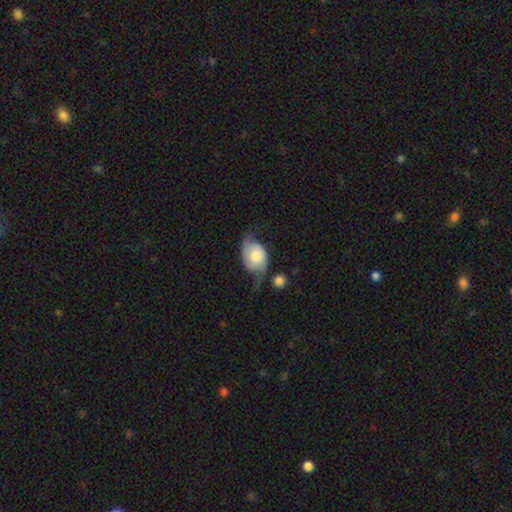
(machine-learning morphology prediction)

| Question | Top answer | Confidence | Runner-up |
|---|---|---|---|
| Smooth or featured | featured or disk | 55% | smooth (38%) |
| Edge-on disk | no | 95% | yes (5%) |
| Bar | no | 74% | weak (21%) |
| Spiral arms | yes | 86% | no (14%) |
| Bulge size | moderate | 33% | large (24%) |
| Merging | none | 37% | minor disturbance (33%) |